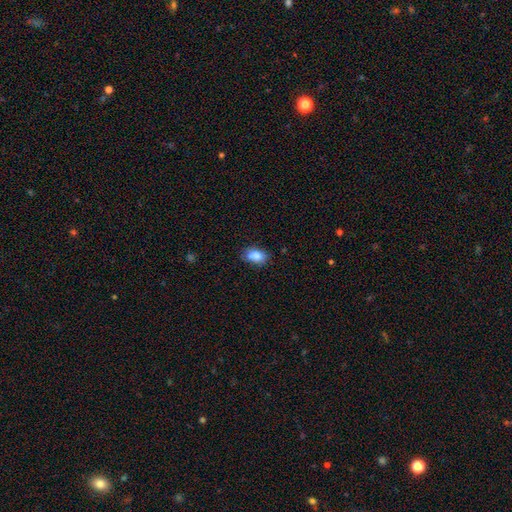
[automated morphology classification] smooth_or_featured: smooth (p=0.85) [alt: star or artifact p=0.08]
how_rounded: in between (p=0.86) [alt: round p=0.11]
merging: none (p=0.73) [alt: minor disturbance p=0.21]